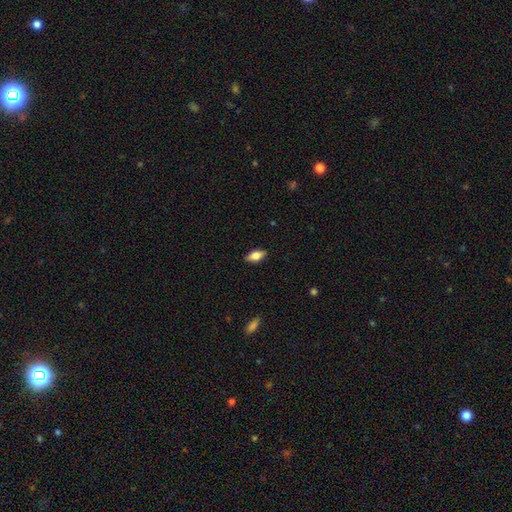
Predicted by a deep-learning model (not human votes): A smooth galaxy with no disk features (76%) that is in between round and cigar-shaped (87%). Merging: none (88%).